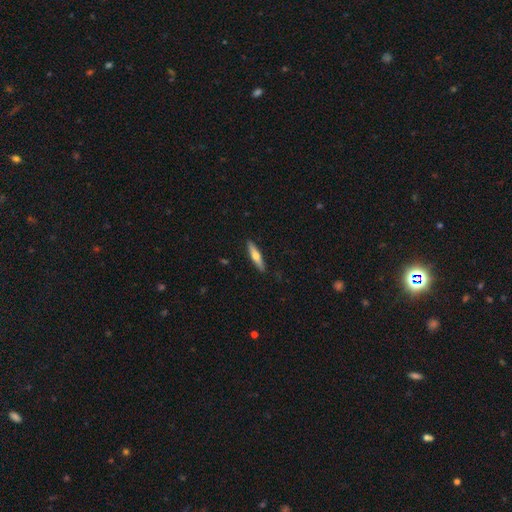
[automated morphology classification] Smooth or featured?
  - smooth: 51% *
  - featured or disk: 44%
  - star or artifact: 5%
How rounded?
  - cigar-shaped: 82% *
  - in between: 16%
  - round: 2%
Merging?
  - none: 90% *
  - minor disturbance: 7%
  - major disturbance: 1%
  - merger: 1%